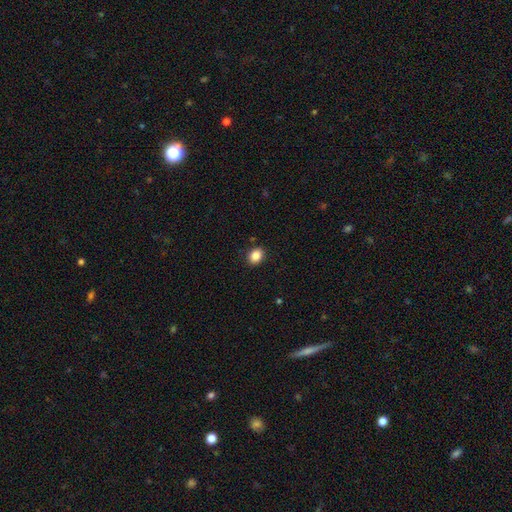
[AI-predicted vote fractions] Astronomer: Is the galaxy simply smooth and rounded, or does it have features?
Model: smooth — 87%.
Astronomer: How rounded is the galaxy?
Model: round — 50% (runner-up: in between, 49%).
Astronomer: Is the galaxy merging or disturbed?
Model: none — 88%.